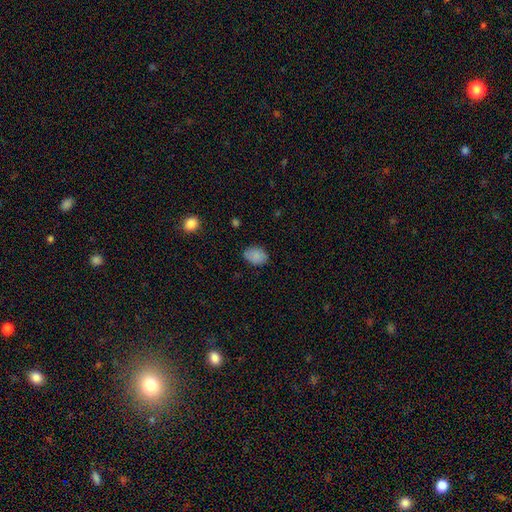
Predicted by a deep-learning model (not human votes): A smooth galaxy with no disk features (86%) that is in between round and cigar-shaped (73%). Merging: none (81%).